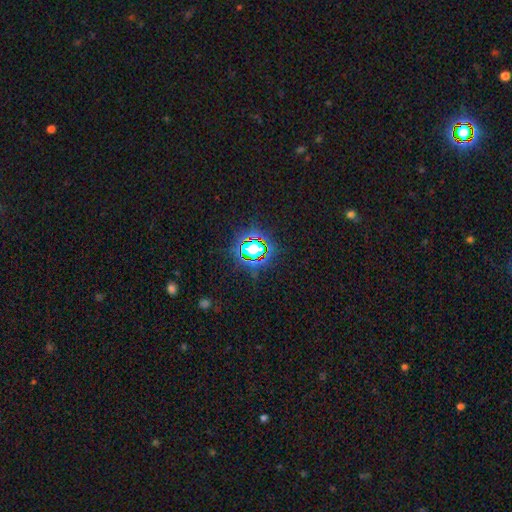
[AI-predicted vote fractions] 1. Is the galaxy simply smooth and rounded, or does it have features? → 75% star or artifact, 16% smooth, 9% featured or disk.